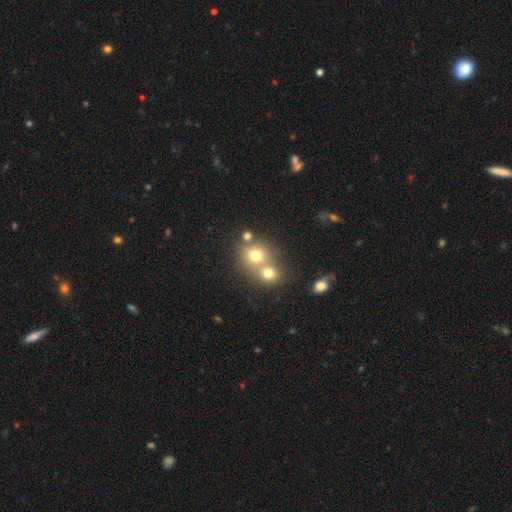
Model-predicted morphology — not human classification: smooth_or_featured: smooth (p=0.72) [alt: star or artifact p=0.14]
how_rounded: round (p=0.79) [alt: in between p=0.20]
merging: merger (p=0.50) [alt: none p=0.41]